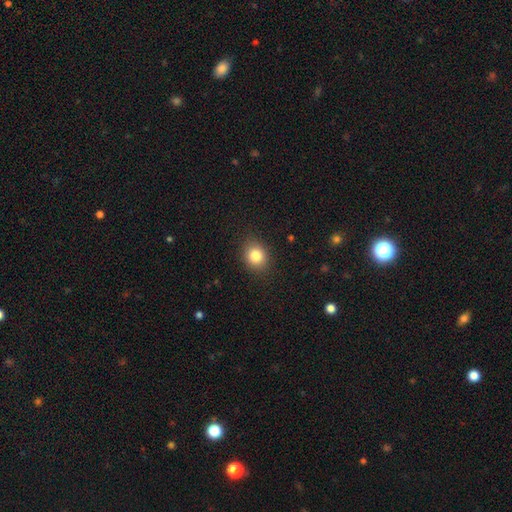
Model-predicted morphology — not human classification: Smooth or featured?
  - smooth: 83% *
  - star or artifact: 10%
  - featured or disk: 6%
How rounded?
  - round: 66% *
  - in between: 33%
  - cigar-shaped: 1%
Merging?
  - none: 88% *
  - minor disturbance: 9%
  - major disturbance: 3%
  - merger: 1%